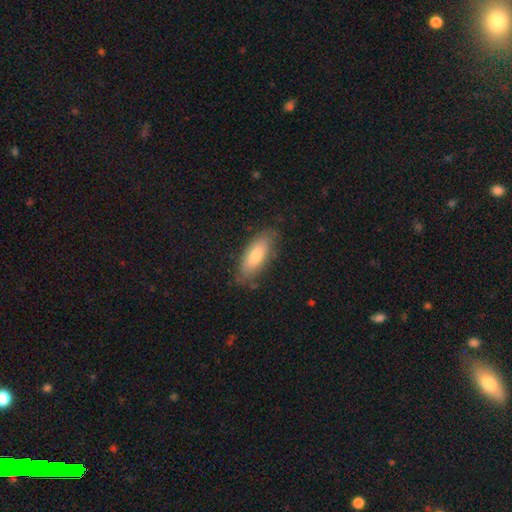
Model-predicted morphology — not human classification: The model was most divided on "how rounded": in between: 71%, cigar-shaped: 27%, round: 2%. More confident: merging — none (81%); smooth or featured — smooth (72%).